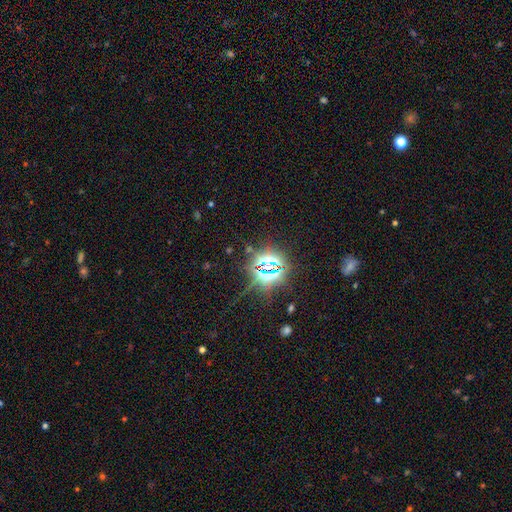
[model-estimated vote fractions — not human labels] Smooth or featured? star or artifact (82%)